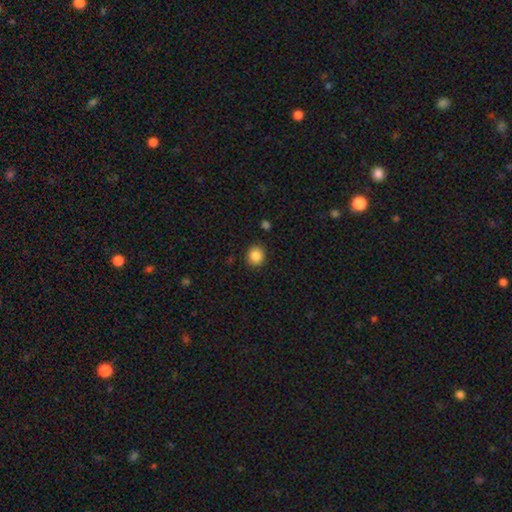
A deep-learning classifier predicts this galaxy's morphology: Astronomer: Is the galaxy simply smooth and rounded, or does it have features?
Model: smooth — 87%.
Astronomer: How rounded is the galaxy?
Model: round — 83%.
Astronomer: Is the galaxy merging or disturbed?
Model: none — 89%.